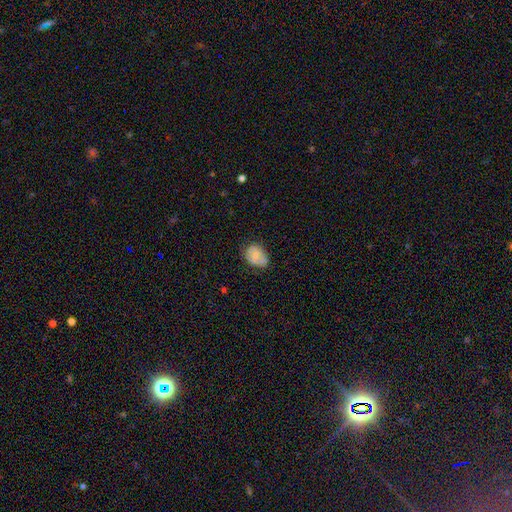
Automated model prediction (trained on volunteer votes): Overall: smooth (68%). How rounded: in between (68%; round 31%). Merging: none (60%; minor disturbance 31%).